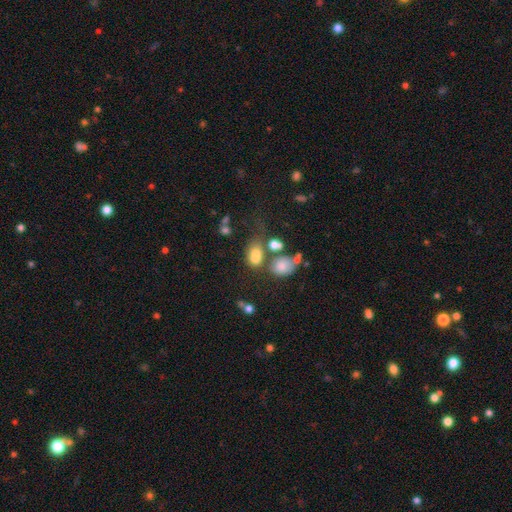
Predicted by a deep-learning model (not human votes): smooth 73%, star or artifact 14%, featured or disk 13%. Down the decision tree: how rounded — in between (74%); merging — merger (37%).